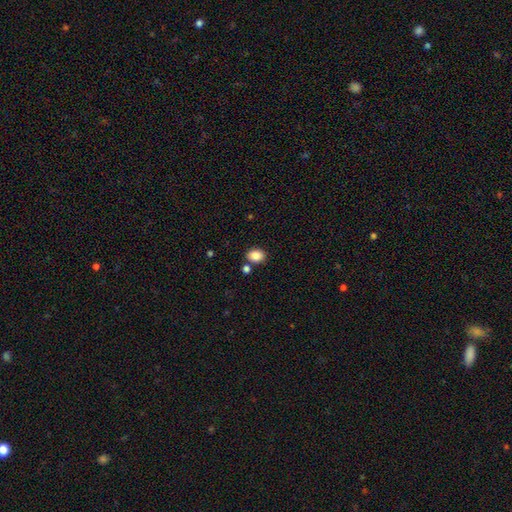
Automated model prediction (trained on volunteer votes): Smooth or featured? Predicted: smooth (p=0.87). How rounded? Predicted: in between (p=0.63). Merging? Predicted: none (p=0.78).